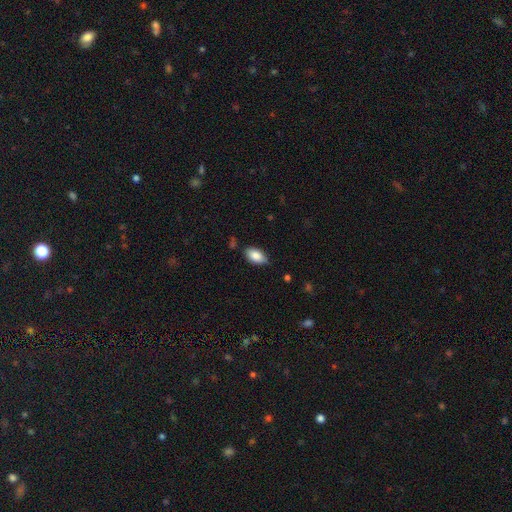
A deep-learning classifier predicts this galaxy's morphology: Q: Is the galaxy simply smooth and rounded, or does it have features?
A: smooth — 85%.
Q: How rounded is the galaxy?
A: in between — 93%.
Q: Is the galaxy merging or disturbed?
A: none — 75%.